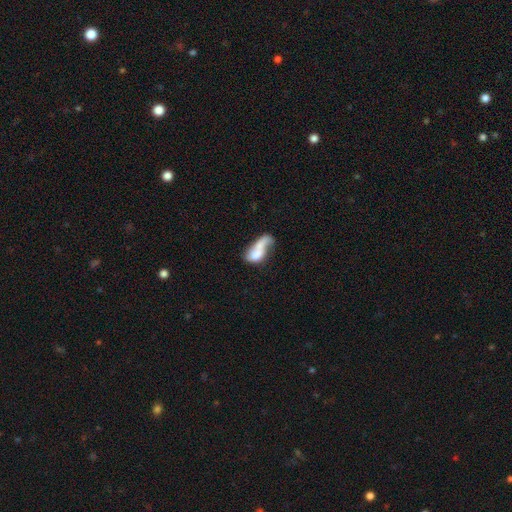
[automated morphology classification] Q: Smooth or featured?
A: smooth (57%); runner-up: featured or disk (35%)
Q: How rounded?
A: in between (79%); runner-up: cigar-shaped (15%)
Q: Merging?
A: merger (48%); runner-up: major disturbance (23%)